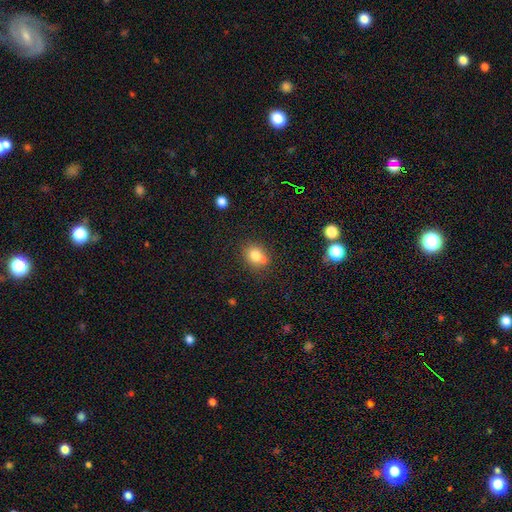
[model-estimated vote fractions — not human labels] smooth_or_featured: smooth (p=0.78) [alt: star or artifact p=0.12]
how_rounded: round (p=0.62) [alt: in between p=0.37]
merging: none (p=0.58) [alt: merger p=0.23]